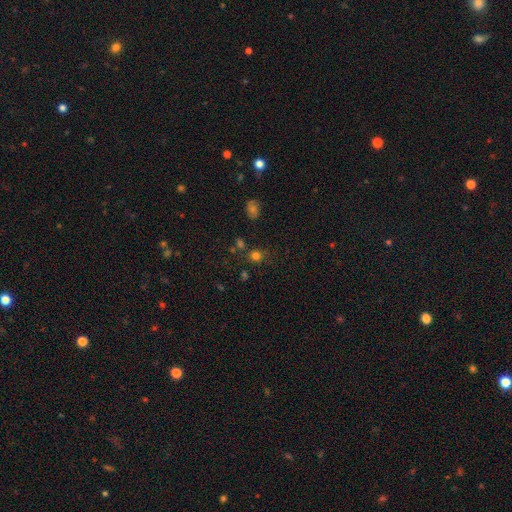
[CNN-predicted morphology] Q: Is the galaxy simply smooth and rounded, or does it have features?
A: smooth — 73%.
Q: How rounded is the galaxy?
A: round — 78%.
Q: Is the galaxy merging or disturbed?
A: none — 74%.